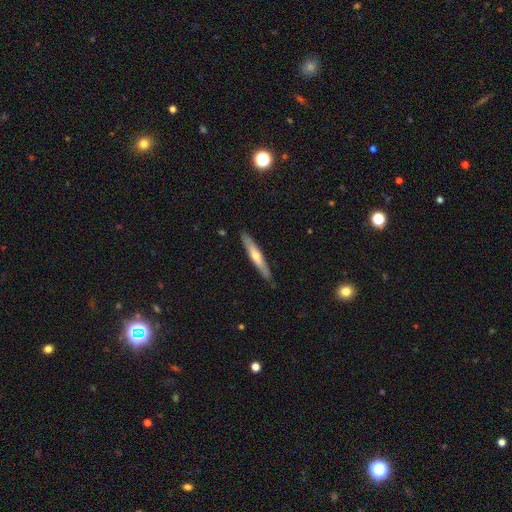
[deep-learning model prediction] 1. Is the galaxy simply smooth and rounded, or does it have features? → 50% featured or disk, 44% smooth, 5% star or artifact.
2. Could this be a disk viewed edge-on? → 90% yes, 10% no.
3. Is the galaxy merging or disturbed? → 89% none, 9% minor disturbance, 2% major disturbance, 1% merger.